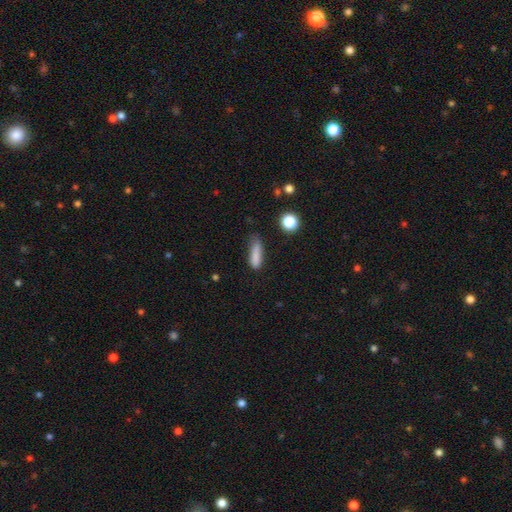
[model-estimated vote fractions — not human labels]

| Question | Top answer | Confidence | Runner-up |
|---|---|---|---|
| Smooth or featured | smooth | 83% | star or artifact (10%) |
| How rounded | cigar-shaped | 62% | in between (35%) |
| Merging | none | 55% | minor disturbance (32%) |